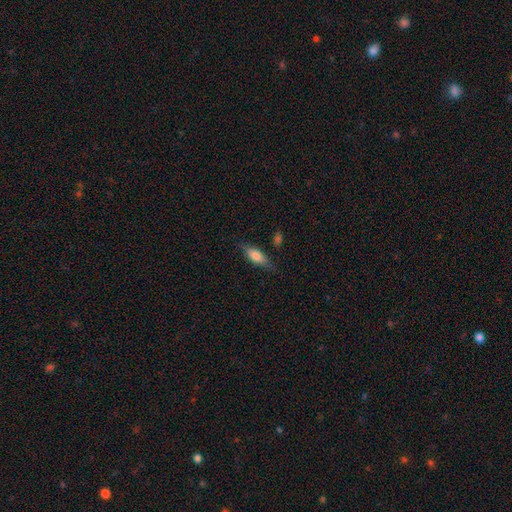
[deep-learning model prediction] This is likely a smooth galaxy (63%). How rounded: likely in between (65%). Merging: likely none (74%).